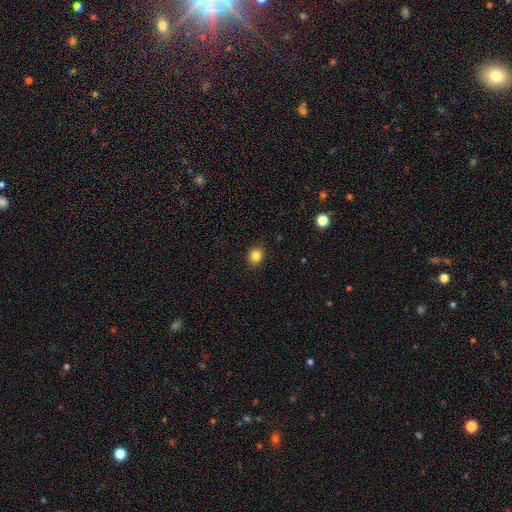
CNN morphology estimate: type=smooth (84%); roundness=round (57%); merging=none (87%).